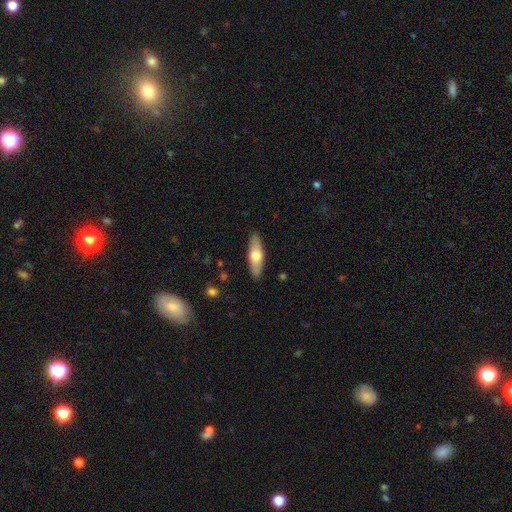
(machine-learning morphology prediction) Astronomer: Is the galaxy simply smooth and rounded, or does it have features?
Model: smooth — 56% (runner-up: featured or disk, 39%).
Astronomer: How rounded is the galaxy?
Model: in between — 49%, tied with cigar-shaped at 49%.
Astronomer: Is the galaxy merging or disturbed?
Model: none — 89%.